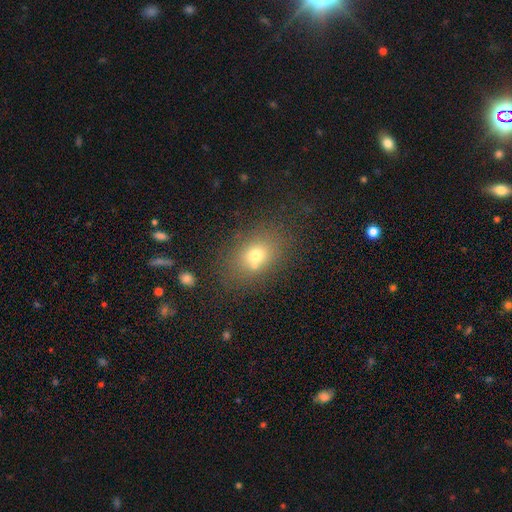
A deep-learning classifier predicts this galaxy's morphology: Smooth or featured? Predicted: smooth (p=0.69). How rounded? Predicted: in between (p=0.60). Merging? Predicted: none (p=0.66).